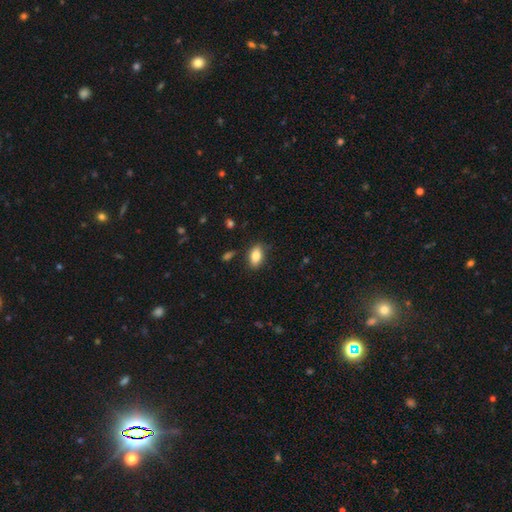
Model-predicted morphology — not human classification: Smooth or featured? Predicted: smooth (p=0.81). How rounded? Predicted: in between (p=0.89). Merging? Predicted: none (p=0.83).